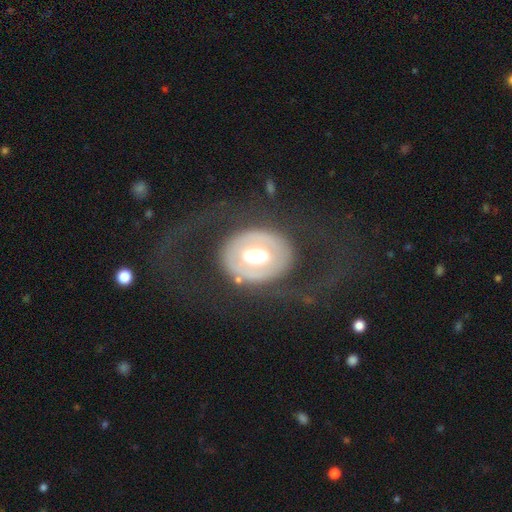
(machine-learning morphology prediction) The model was most divided on "bulge size": moderate: 49%, large: 38%, dominant: 8%, small: 4%, none: 1%. More confident: edge-on disk — no (93%); spiral arms — no (75%); merging — none (64%); smooth or featured — featured or disk (64%); bar — no (58%).